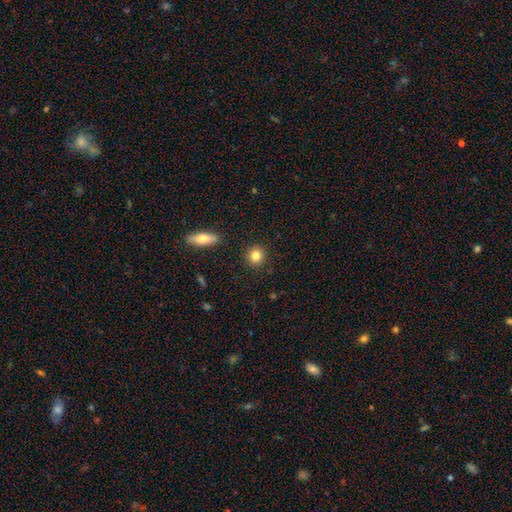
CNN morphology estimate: The model was most divided on "smooth or featured": smooth: 83%, star or artifact: 10%, featured or disk: 7%. More confident: merging — none (91%); how rounded — round (89%).